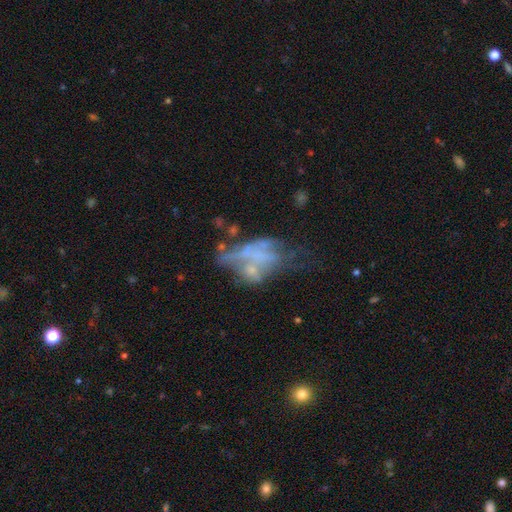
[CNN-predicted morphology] A featured or disk galaxy (57%) with no bar (89%), no spiral arms (91%) and no central bulge (76%). Merging: major disturbance (36%).